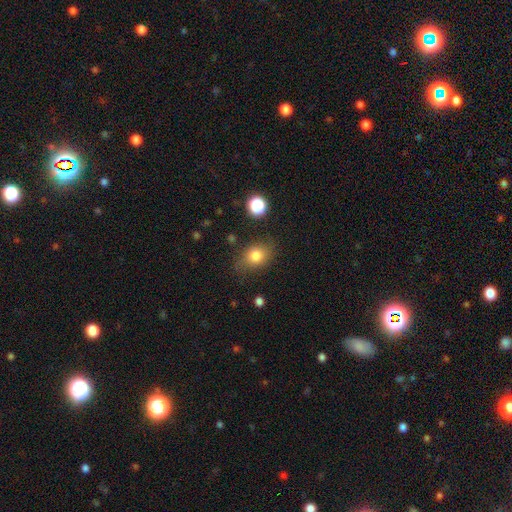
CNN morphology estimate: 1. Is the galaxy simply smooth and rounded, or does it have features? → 79% smooth, 11% star or artifact, 10% featured or disk.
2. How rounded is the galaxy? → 58% in between, 40% round, 1% cigar-shaped.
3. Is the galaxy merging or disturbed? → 74% none, 18% minor disturbance, 6% major disturbance, 2% merger.